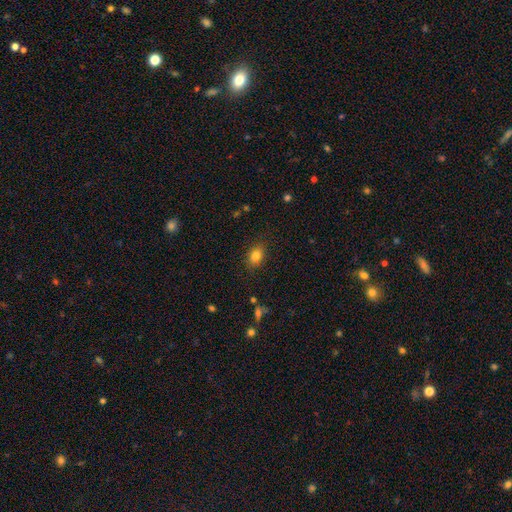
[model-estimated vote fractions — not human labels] smooth-or-featured: smooth: 82% | star or artifact: 11% | featured or disk: 7%
  how-rounded: in between: 73% | round: 26% | cigar-shaped: 2%
  merging: none: 84% | minor disturbance: 12% | major disturbance: 3% | merger: 1%